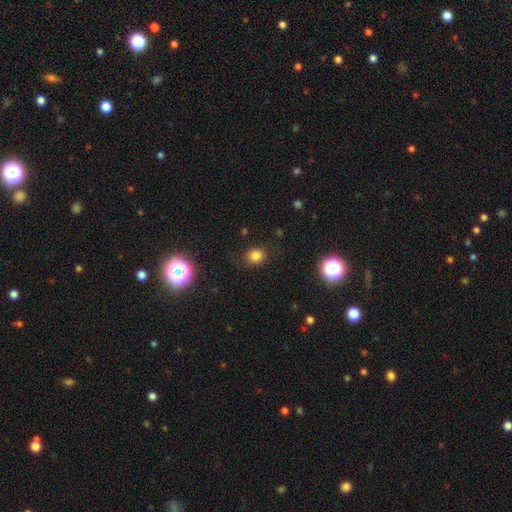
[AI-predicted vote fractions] Smooth or featured: smooth — 79% (star or artifact — 16%)
How rounded: round — 79% (in between — 20%)
Merging: none — 87% (minor disturbance — 9%)